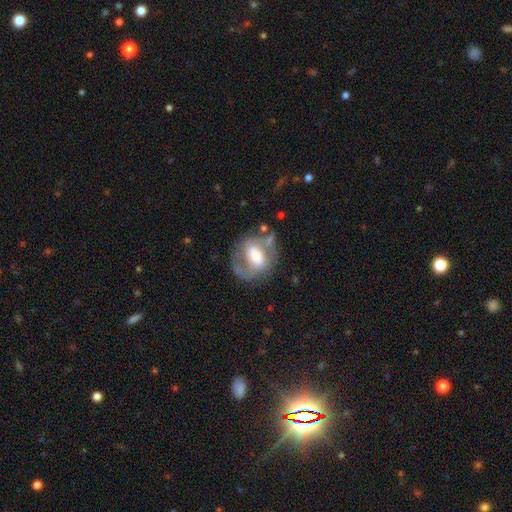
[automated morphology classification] This appears to be a featured or disk galaxy (61%) with no bar (39%), spiral arms (67%) and a moderate central bulge (42%). Merging: none (55%).